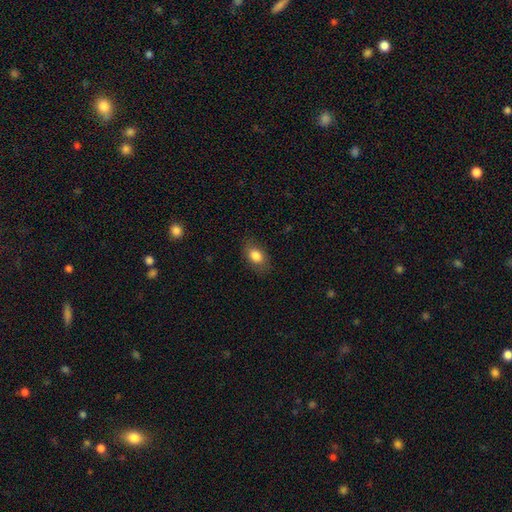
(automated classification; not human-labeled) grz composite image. It shows a smooth galaxy with no disk features (82%) that is in between round and cigar-shaped (86%). Merging: none (81%).